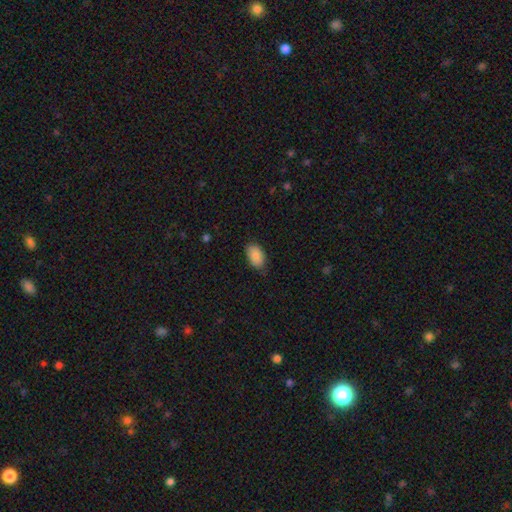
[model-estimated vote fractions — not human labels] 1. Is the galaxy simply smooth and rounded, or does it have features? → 89% smooth, 7% star or artifact, 4% featured or disk.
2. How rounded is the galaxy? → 93% in between, 5% round, 2% cigar-shaped.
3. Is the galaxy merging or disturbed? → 79% none, 16% minor disturbance, 3% major disturbance, 1% merger.